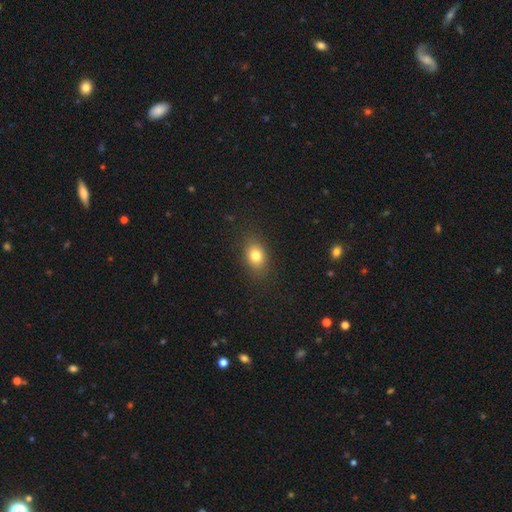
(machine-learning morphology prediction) A smooth galaxy with no disk features (79%) that is in between round and cigar-shaped (66%). Merging: none (85%).